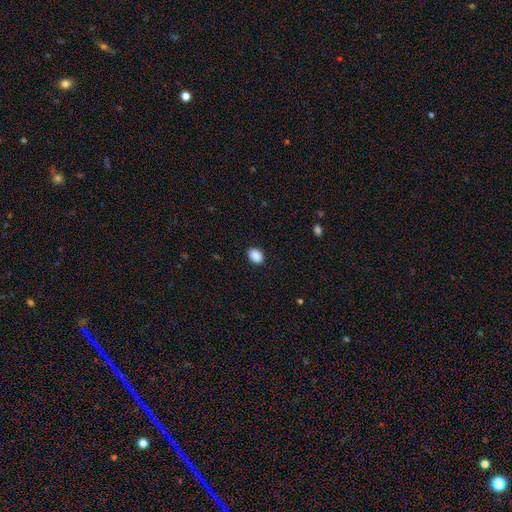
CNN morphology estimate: Smooth or featured? smooth (90%)
How rounded? in between (75%)
Merging? none (89%)